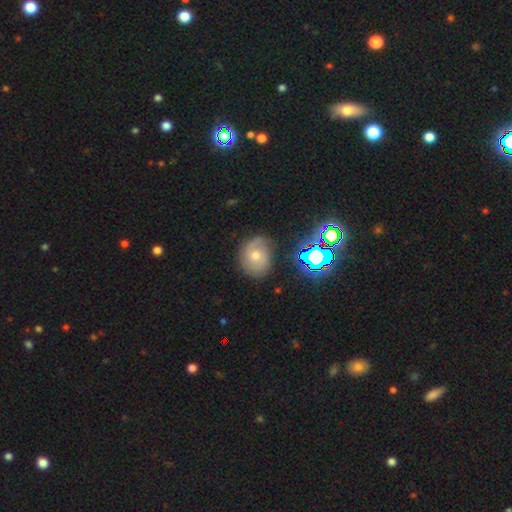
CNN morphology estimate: type=featured or disk (53%); edge-on=no (96%); bar=no (70%); spiral arms=yes (86%); bulge=moderate (54%); merging=none (71%).